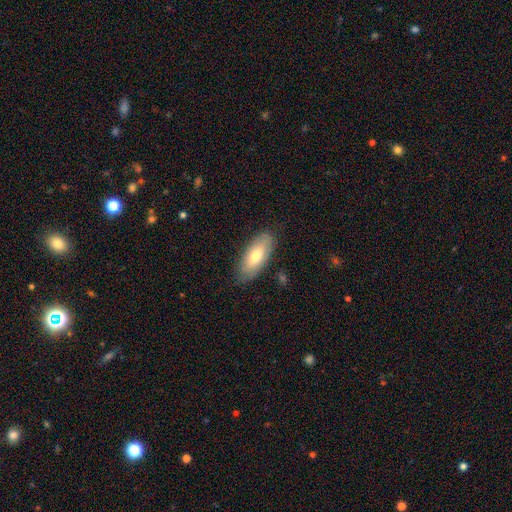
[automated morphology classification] Q: Smooth or featured?
A: smooth (68%); runner-up: featured or disk (26%)
Q: How rounded?
A: in between (79%); runner-up: cigar-shaped (19%)
Q: Merging?
A: none (82%); runner-up: minor disturbance (14%)